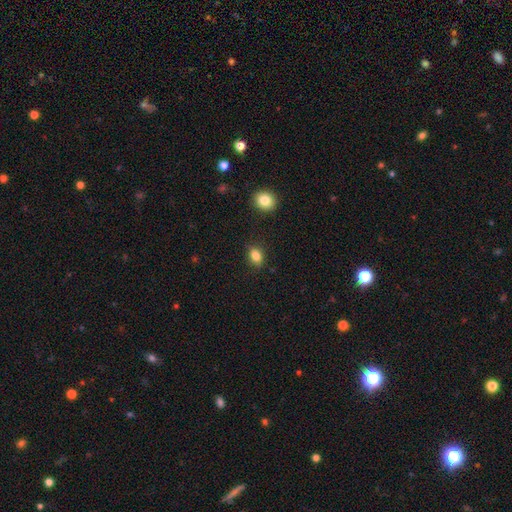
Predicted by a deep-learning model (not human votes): Overall: smooth (84%). How rounded: in between (71%). Merging: none (85%).